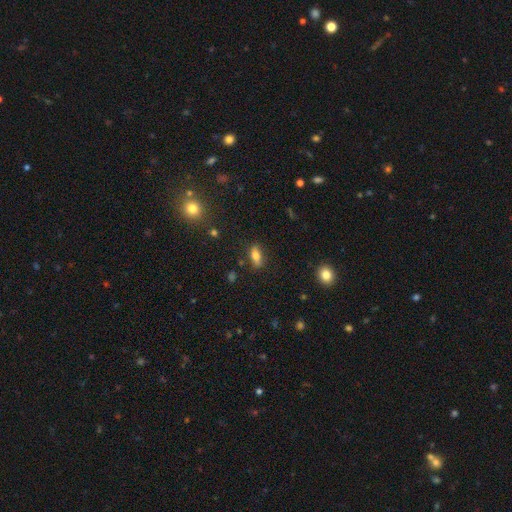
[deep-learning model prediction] smooth_or_featured: smooth (p=0.75) [alt: featured or disk p=0.15]
how_rounded: in between (p=0.79) [alt: cigar-shaped p=0.15]
merging: none (p=0.80) [alt: minor disturbance p=0.14]